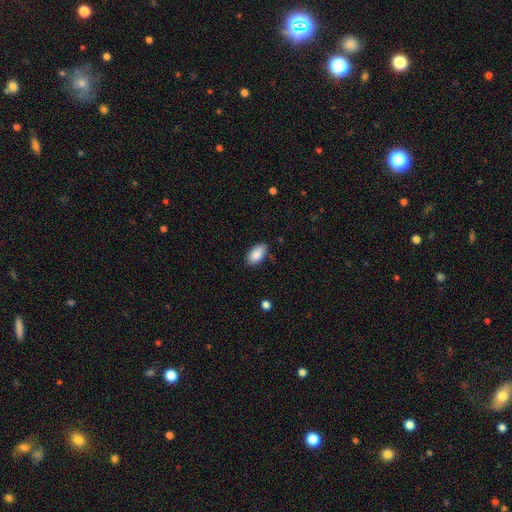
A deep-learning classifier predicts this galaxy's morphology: A smooth galaxy with no disk features (88%) that is in between round and cigar-shaped (94%).

Vote fractions:
- Smooth or featured? smooth: 88% / star or artifact: 7% / featured or disk: 5%
- How rounded? in between: 94% / round: 3% / cigar-shaped: 2%
- Merging? none: 78% / minor disturbance: 17% / major disturbance: 3% / merger: 2%